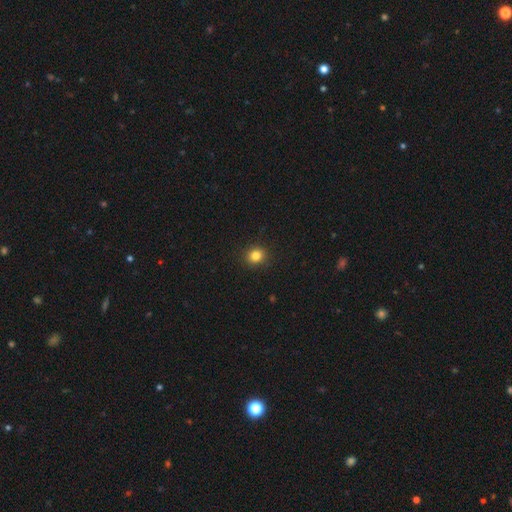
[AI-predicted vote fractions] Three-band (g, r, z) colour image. It shows a smooth galaxy with no disk features (83%) that is round (85%). Merging: none (91%).